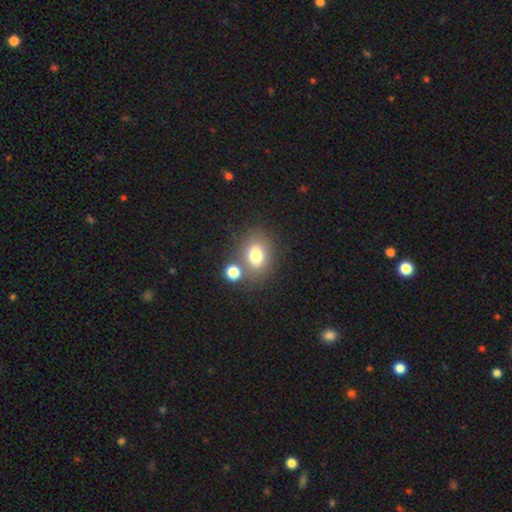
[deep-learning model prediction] Smooth or featured: smooth — 75% (star or artifact — 12%)
How rounded: in between — 51% (round — 48%)
Merging: none — 64% (merger — 20%)